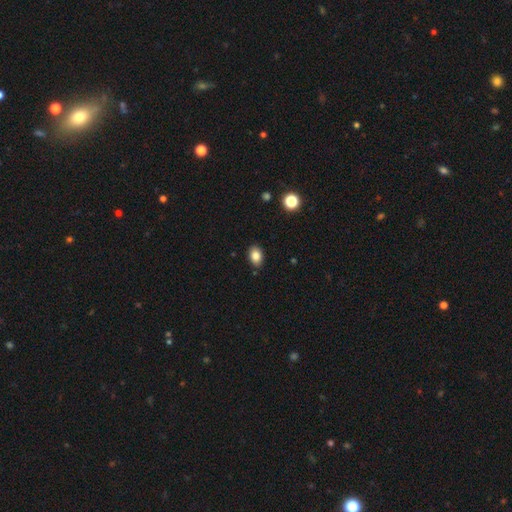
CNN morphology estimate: smooth 84%, star or artifact 9%, featured or disk 7%. Down the decision tree: how rounded — in between (81%); merging — none (88%).